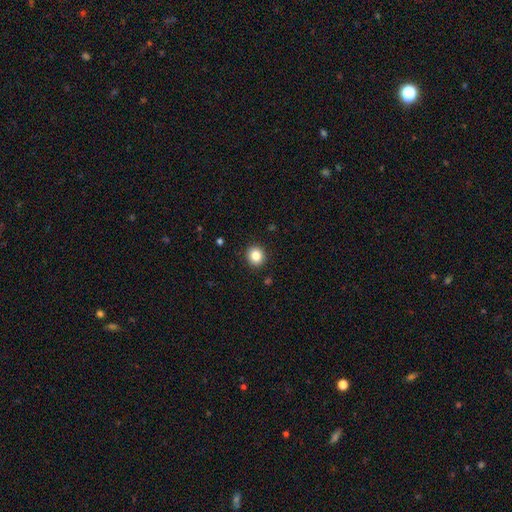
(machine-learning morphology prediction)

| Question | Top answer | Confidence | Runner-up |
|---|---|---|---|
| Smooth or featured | smooth | 84% | star or artifact (10%) |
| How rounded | round | 84% | in between (15%) |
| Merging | none | 91% | minor disturbance (6%) |